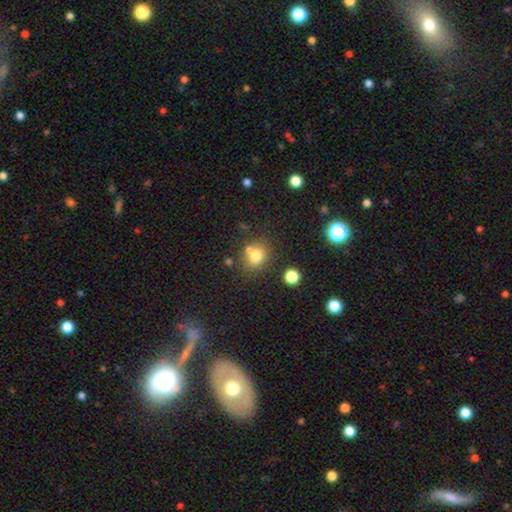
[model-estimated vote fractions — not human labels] Q: Smooth or featured?
A: smooth (73%); runner-up: star or artifact (15%)
Q: How rounded?
A: round (68%); runner-up: in between (31%)
Q: Merging?
A: none (62%); runner-up: merger (21%)